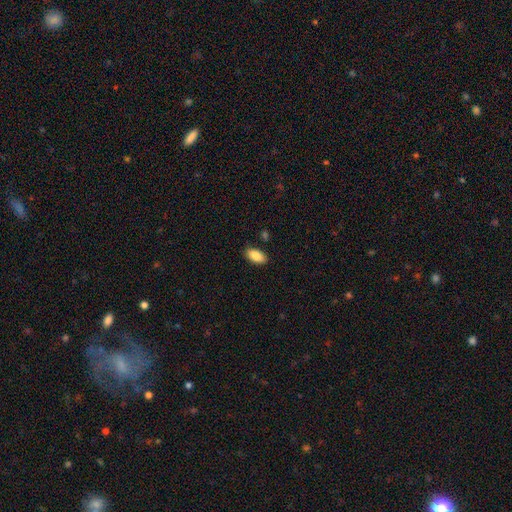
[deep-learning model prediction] This is clearly a smooth galaxy (86%). How rounded: clearly in between (93%). Merging: clearly none (86%).